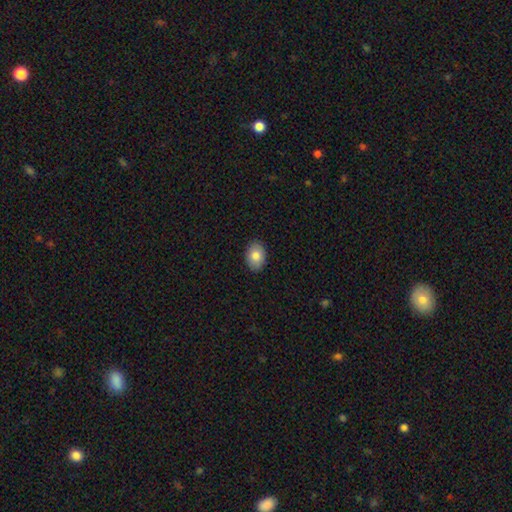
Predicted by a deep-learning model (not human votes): This is clearly a smooth galaxy (82%). How rounded: likely in between (77%). Merging: clearly none (89%).